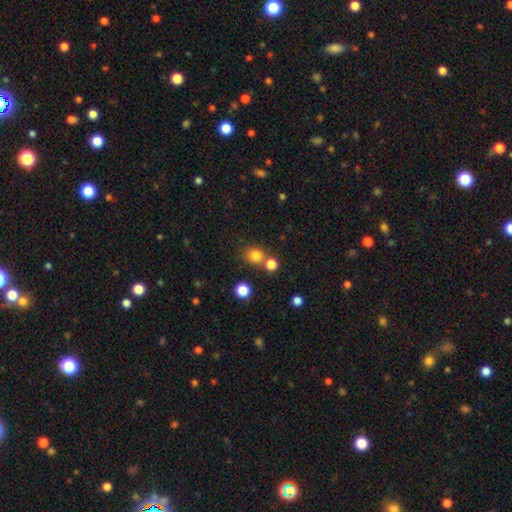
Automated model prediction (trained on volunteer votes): smooth_or_featured: smooth (p=0.80) [alt: star or artifact p=0.15]
how_rounded: round (p=0.80) [alt: in between p=0.20]
merging: none (p=0.67) [alt: merger p=0.21]